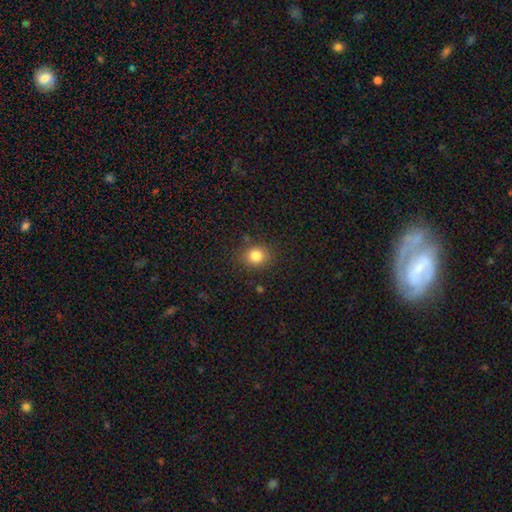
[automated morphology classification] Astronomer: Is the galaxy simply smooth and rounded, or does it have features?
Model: smooth — 82%.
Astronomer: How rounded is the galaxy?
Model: round — 75%.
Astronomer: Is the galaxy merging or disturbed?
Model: none — 84%.